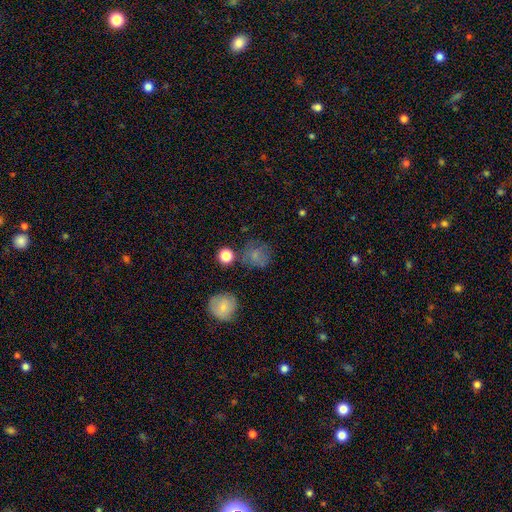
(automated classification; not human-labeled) Overall: smooth (73%). How rounded: round (84%). Merging: none (64%).